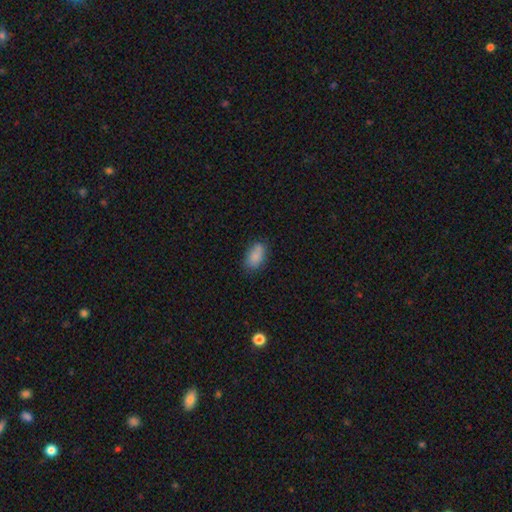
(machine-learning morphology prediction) type=smooth (84%); roundness=in between (90%); merging=none (70%).